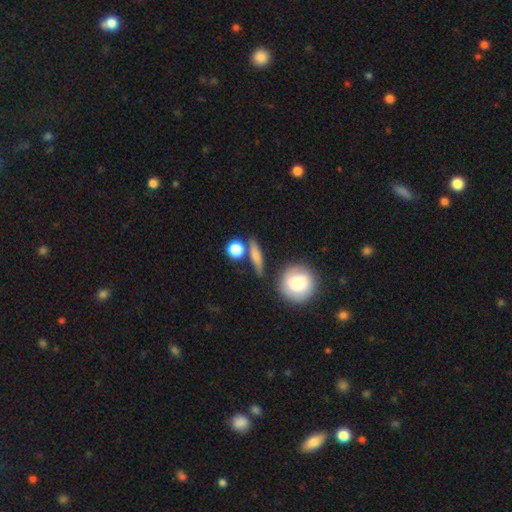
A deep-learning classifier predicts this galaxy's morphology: smooth 59%, featured or disk 32%, star or artifact 9%. Down the decision tree: how rounded — cigar-shaped (48%); merging — none (75%).